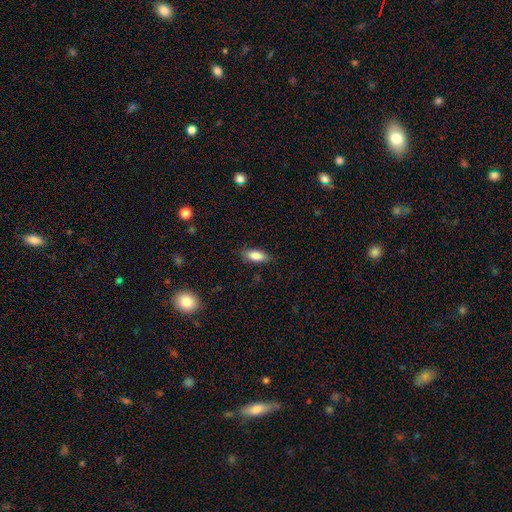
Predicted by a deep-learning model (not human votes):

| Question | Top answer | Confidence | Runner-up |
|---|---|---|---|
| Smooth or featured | smooth | 85% | star or artifact (7%) |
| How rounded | in between | 83% | cigar-shaped (14%) |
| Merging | none | 81% | minor disturbance (15%) |